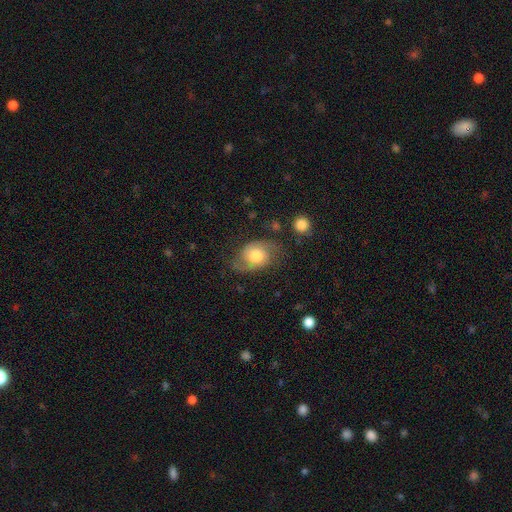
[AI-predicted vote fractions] The model was most divided on "spiral winding": medium: 46%, loose: 34%, tight: 20%. More confident: edge-on disk — no (96%); spiral arms — yes (89%); spiral arm count — 2 (88%); bar — no (73%); merging — none (64%); smooth or featured — featured or disk (62%); bulge size — moderate (59%).